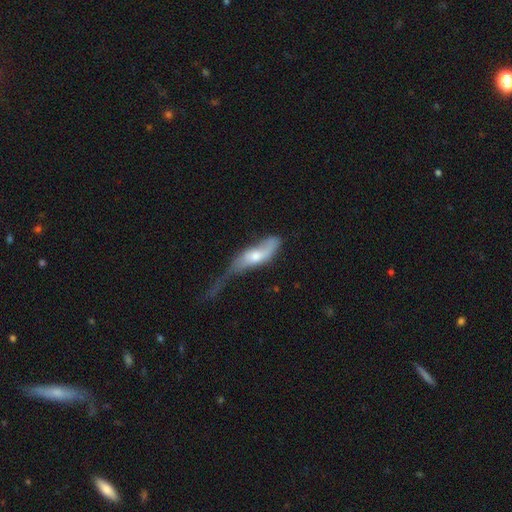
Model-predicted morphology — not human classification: smooth-or-featured: featured or disk: 49% | smooth: 45% | star or artifact: 6%
  merging: major disturbance: 50% | minor disturbance: 26% | none: 17% | merger: 7%